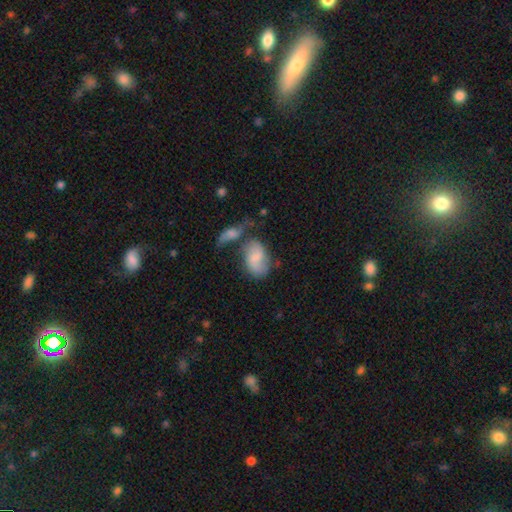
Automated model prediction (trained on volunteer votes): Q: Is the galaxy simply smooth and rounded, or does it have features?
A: smooth — 57%.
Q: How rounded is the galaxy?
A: in between — 88%.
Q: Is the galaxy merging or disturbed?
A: none — 36%.